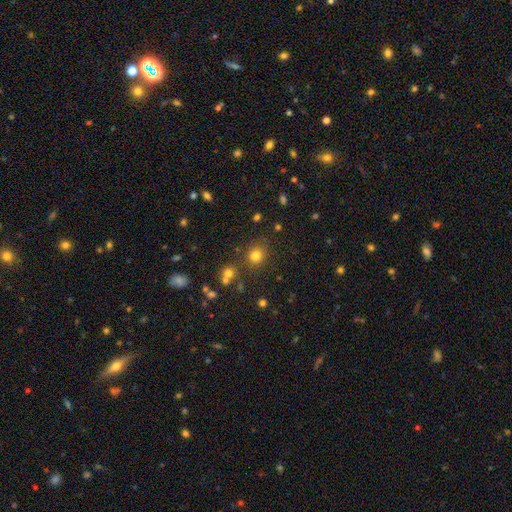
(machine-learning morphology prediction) Q: Smooth or featured?
A: smooth (77%); runner-up: star or artifact (17%)
Q: How rounded?
A: round (87%); runner-up: in between (12%)
Q: Merging?
A: none (80%); runner-up: minor disturbance (9%)